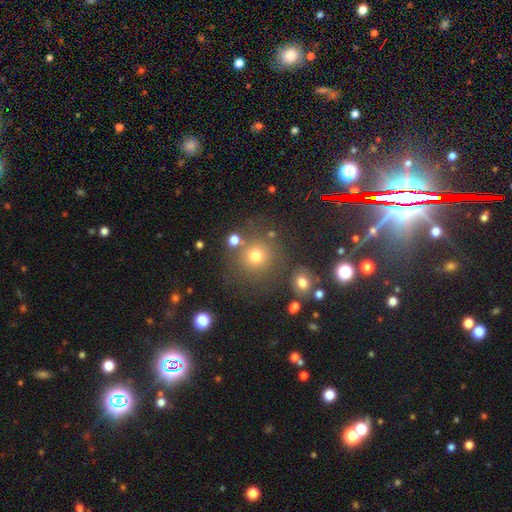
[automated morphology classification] This is likely a smooth galaxy (74%). How rounded: clearly round (91%). Merging: likely none (75%).